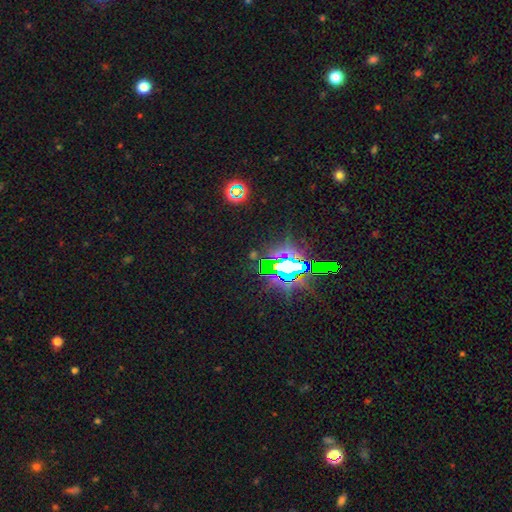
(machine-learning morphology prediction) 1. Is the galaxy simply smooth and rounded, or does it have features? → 79% star or artifact, 12% smooth, 9% featured or disk.